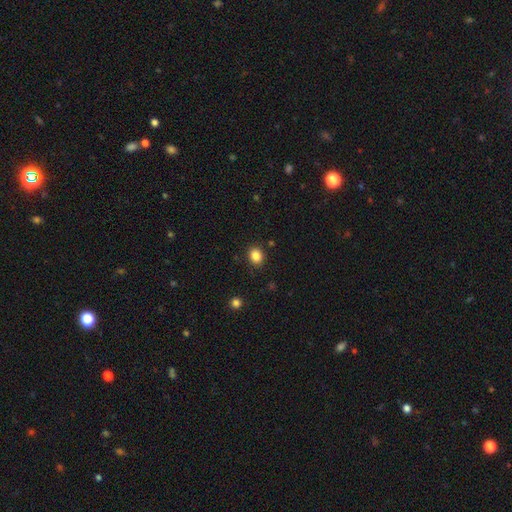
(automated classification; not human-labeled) Overall: smooth (86%). How rounded: round (55%; in between 44%). Merging: none (88%).